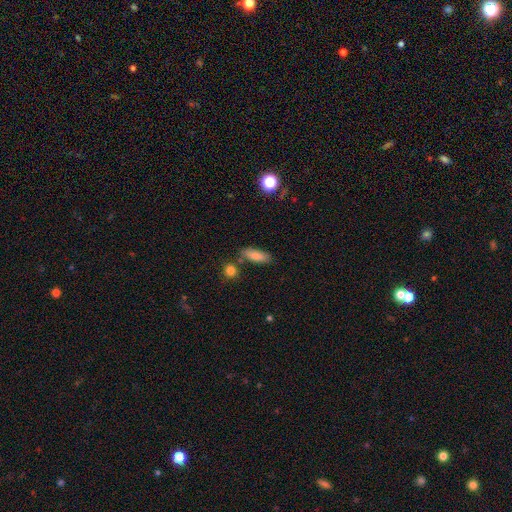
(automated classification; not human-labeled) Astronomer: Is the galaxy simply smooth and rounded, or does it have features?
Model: smooth — 81%.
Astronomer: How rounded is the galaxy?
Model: in between — 71%.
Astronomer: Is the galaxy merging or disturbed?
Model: none — 77%.